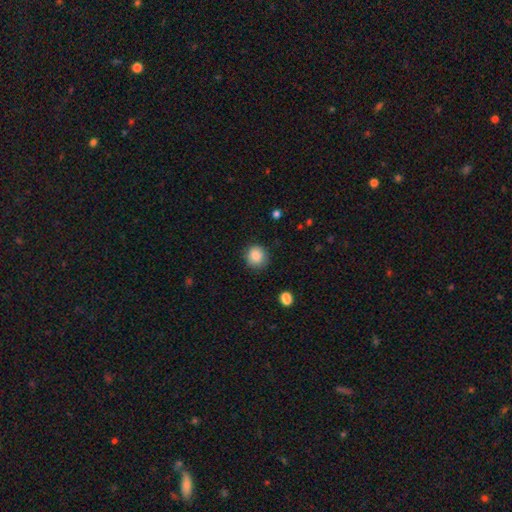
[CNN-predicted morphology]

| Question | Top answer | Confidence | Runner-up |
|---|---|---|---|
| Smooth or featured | smooth | 86% | star or artifact (9%) |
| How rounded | round | 91% | in between (9%) |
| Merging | none | 85% | minor disturbance (11%) |